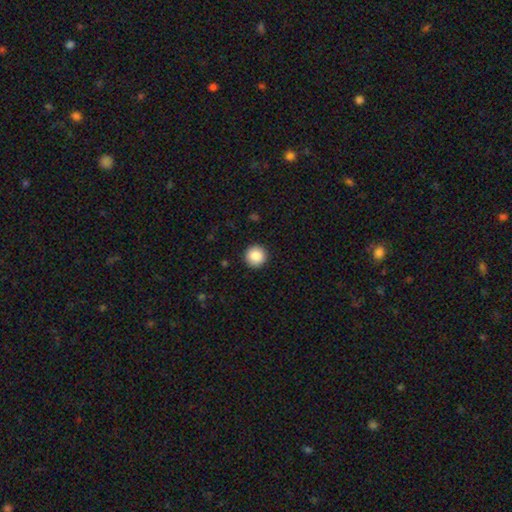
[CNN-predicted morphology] This appears to be a smooth galaxy with no disk features (87%) that is round (96%). Merging: none (93%).